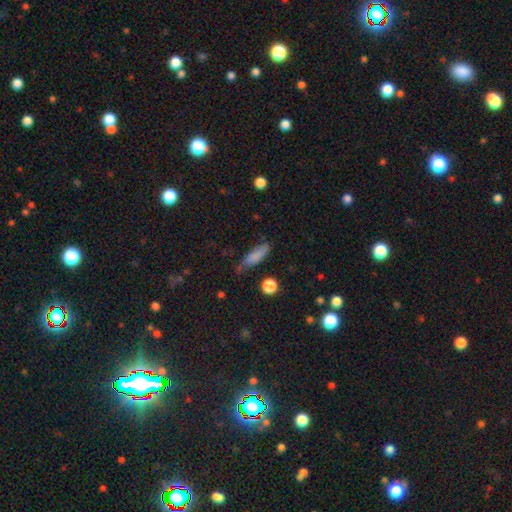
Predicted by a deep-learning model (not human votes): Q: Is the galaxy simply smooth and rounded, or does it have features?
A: smooth — 75%.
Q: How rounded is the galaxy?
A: in between — 48%, tied with cigar-shaped.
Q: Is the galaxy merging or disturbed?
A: none — 57%.